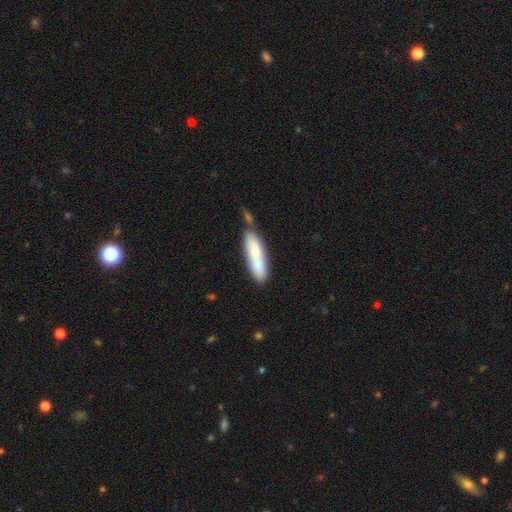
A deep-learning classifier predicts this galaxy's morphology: Smooth or featured: smooth — 77% (featured or disk — 17%)
How rounded: cigar-shaped — 75% (in between — 24%)
Merging: none — 57% (minor disturbance — 20%)